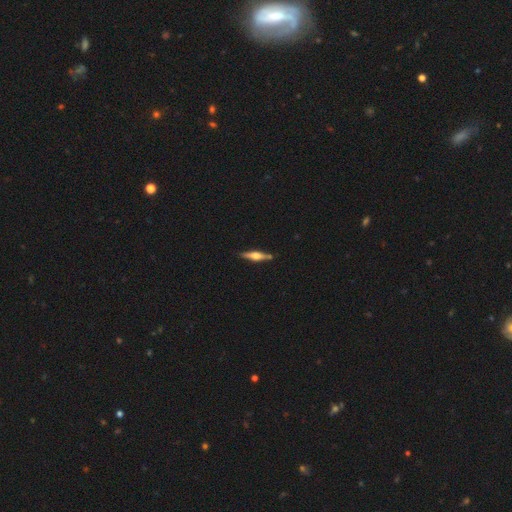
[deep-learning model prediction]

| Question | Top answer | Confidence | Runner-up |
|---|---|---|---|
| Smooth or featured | featured or disk | 68% | smooth (26%) |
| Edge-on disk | yes | 97% | no (3%) |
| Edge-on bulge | rounded | 89% | boxy (8%) |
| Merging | none | 85% | minor disturbance (9%) |